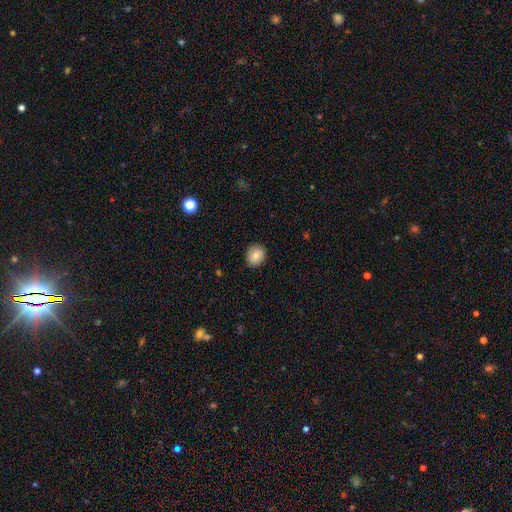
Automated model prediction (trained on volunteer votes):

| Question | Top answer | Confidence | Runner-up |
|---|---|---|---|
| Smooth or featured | smooth | 78% | featured or disk (14%) |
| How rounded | round | 76% | in between (23%) |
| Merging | none | 87% | minor disturbance (10%) |